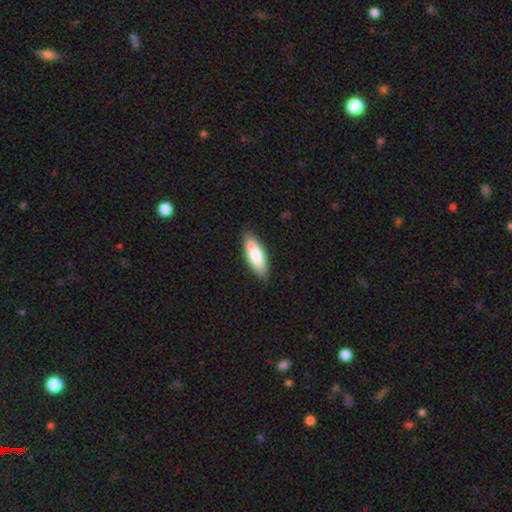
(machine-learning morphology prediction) smooth-or-featured: smooth: 79% | featured or disk: 16% | star or artifact: 6%
  how-rounded: in between: 66% | cigar-shaped: 32% | round: 2%
  merging: none: 82% | minor disturbance: 14% | major disturbance: 2% | merger: 2%